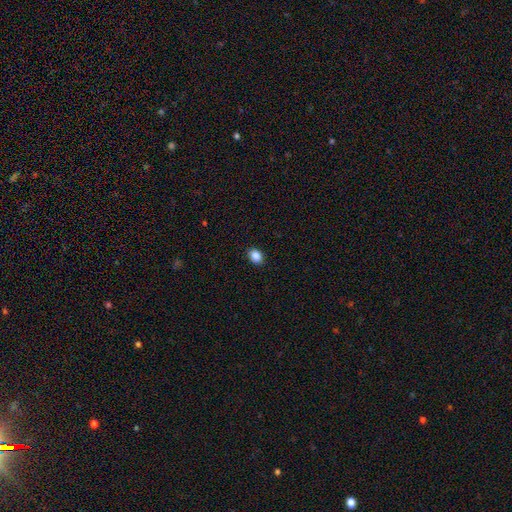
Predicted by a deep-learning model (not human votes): Q: Smooth or featured?
A: smooth (87%); runner-up: star or artifact (10%)
Q: How rounded?
A: in between (58%); runner-up: round (41%)
Q: Merging?
A: none (90%); runner-up: minor disturbance (7%)